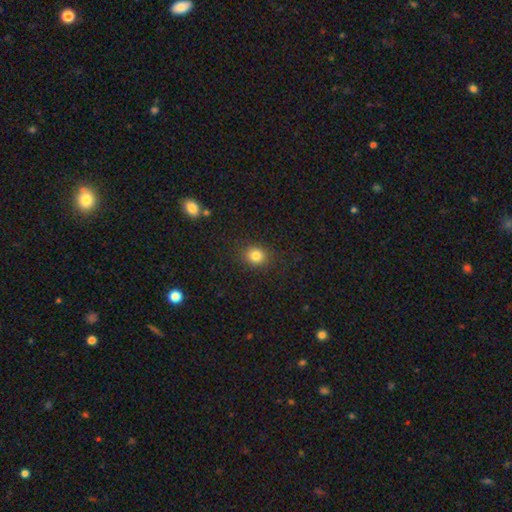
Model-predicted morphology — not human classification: smooth-or-featured: smooth: 83% | star or artifact: 12% | featured or disk: 6%
  how-rounded: round: 73% | in between: 26% | cigar-shaped: 1%
  merging: none: 88% | minor disturbance: 8% | major disturbance: 3% | merger: 1%